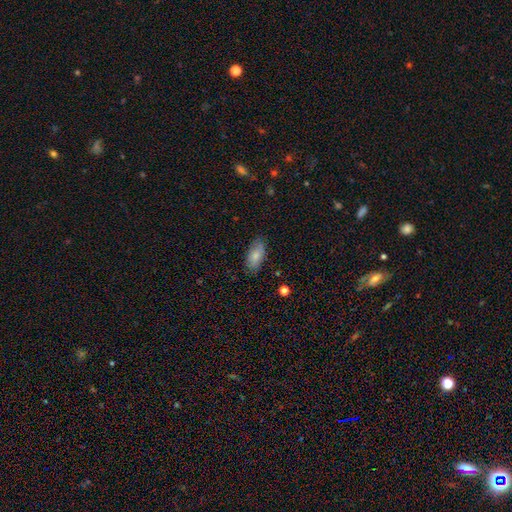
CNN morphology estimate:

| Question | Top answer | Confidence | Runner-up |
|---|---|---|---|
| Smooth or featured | smooth | 80% | featured or disk (13%) |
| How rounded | in between | 91% | cigar-shaped (7%) |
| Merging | none | 82% | minor disturbance (14%) |